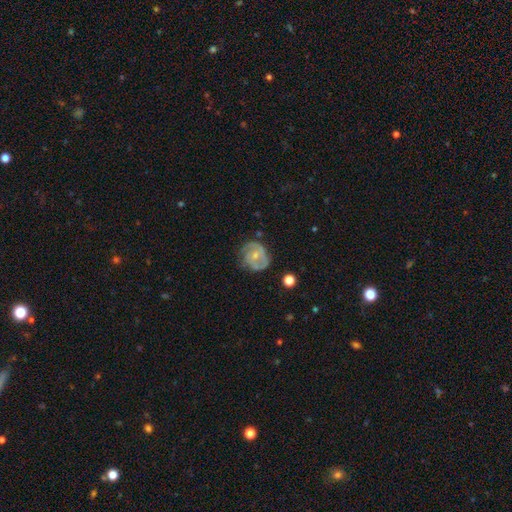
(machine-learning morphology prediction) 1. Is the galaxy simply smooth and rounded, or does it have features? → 69% featured or disk, 25% smooth, 7% star or artifact.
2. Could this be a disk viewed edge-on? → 98% no, 2% yes.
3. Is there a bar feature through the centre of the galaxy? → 69% no, 26% weak, 5% strong.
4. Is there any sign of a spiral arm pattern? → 80% yes, 20% no.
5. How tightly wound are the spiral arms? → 47% tight, 38% medium, 15% loose.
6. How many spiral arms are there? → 44% 2, 27% can't tell, 14% 3, 9% 1, 3% 4, 3% more than 4.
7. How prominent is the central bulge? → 55% small, 40% moderate, 3% none, 1% large, 1% dominant.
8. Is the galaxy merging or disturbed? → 58% none, 26% minor disturbance, 13% major disturbance, 2% merger.